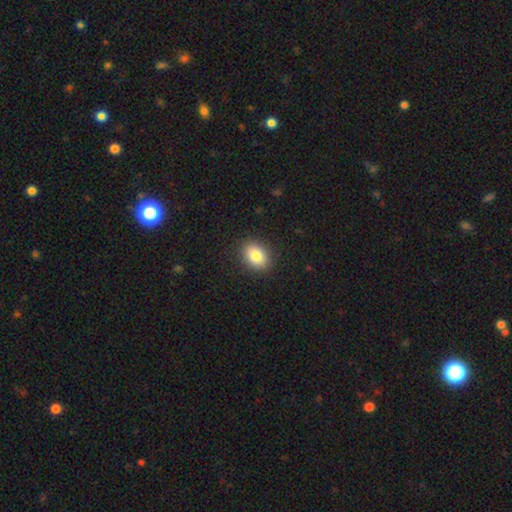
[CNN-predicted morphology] This is clearly a smooth galaxy (84%). How rounded: likely in between (65%). Merging: clearly none (90%).